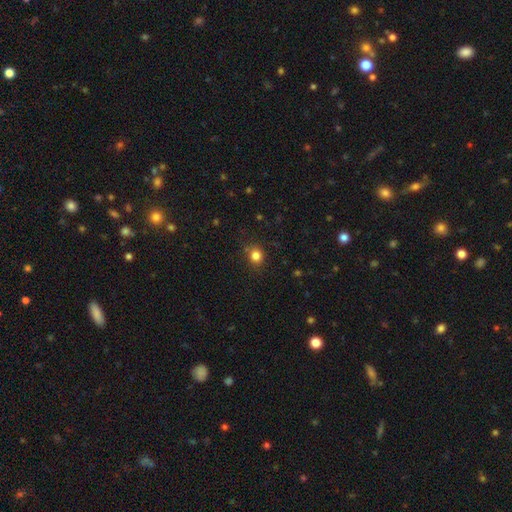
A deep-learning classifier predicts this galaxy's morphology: Smooth or featured: smooth — 82% (star or artifact — 13%)
How rounded: round — 79% (in between — 20%)
Merging: none — 82% (minor disturbance — 12%)